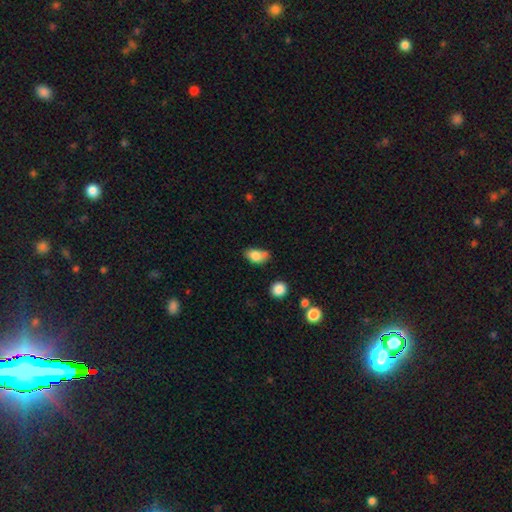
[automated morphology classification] smooth_or_featured: smooth (p=0.79) [alt: featured or disk p=0.12]
how_rounded: in between (p=0.84) [alt: round p=0.13]
merging: none (p=0.45) [alt: minor disturbance p=0.31]